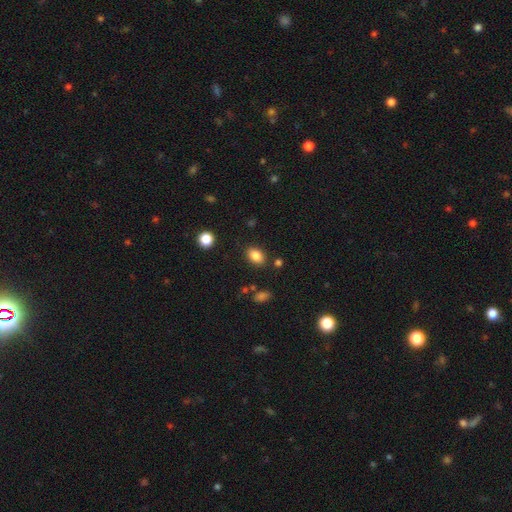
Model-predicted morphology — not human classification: smooth 85%, star or artifact 9%, featured or disk 6%. Down the decision tree: how rounded — in between (82%); merging — none (83%).